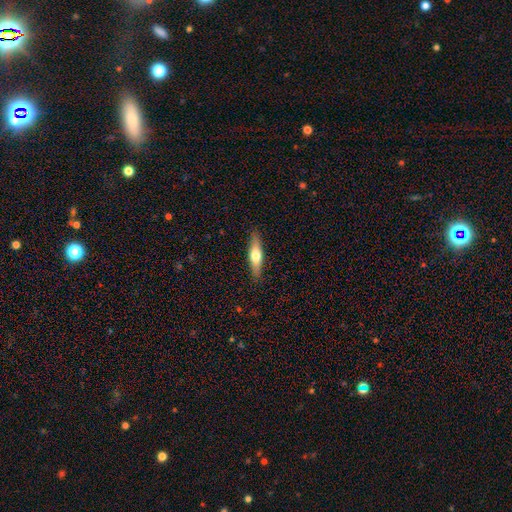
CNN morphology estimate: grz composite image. It shows a smooth galaxy with no disk features (56%) that is cigar-shaped (67%). Merging: none (88%).